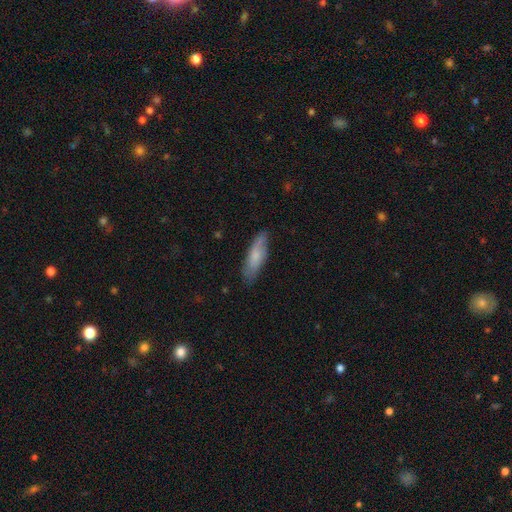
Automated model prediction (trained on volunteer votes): Smooth or featured? smooth (69%)
How rounded? cigar-shaped (54%)
Merging? none (78%)